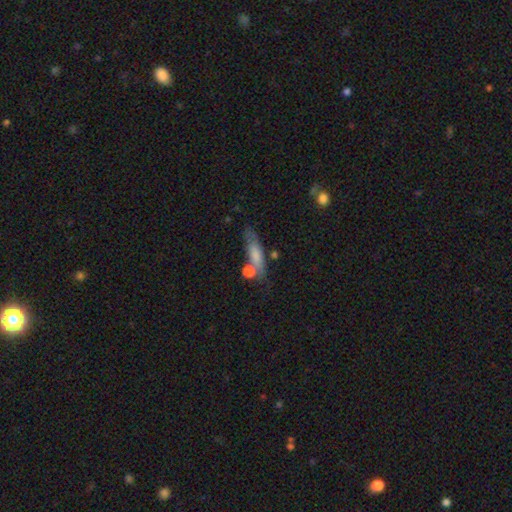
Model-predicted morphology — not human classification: smooth 69%, featured or disk 22%, star or artifact 8%. Down the decision tree: how rounded — cigar-shaped (55%); merging — none (57%).